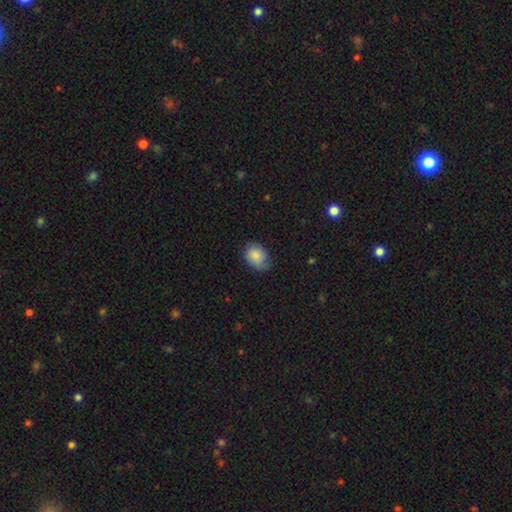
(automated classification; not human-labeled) The model was most divided on "how rounded": in between: 62%, round: 38%, cigar-shaped: 1%. More confident: smooth or featured — smooth (82%); merging — none (63%).